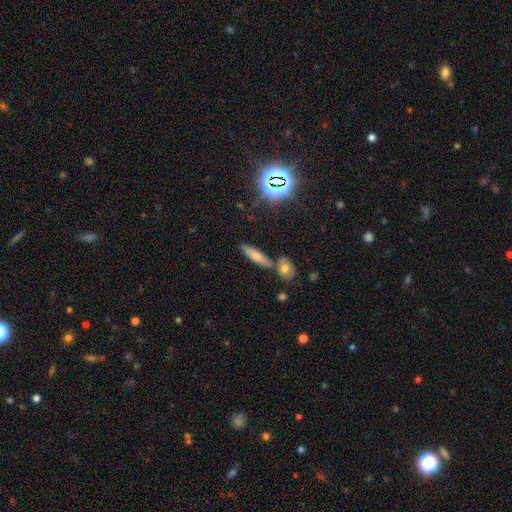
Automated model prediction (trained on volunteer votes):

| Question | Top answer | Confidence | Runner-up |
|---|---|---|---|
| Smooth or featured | smooth | 67% | featured or disk (21%) |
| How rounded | cigar-shaped | 65% | in between (31%) |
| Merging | none | 71% | merger (15%) |